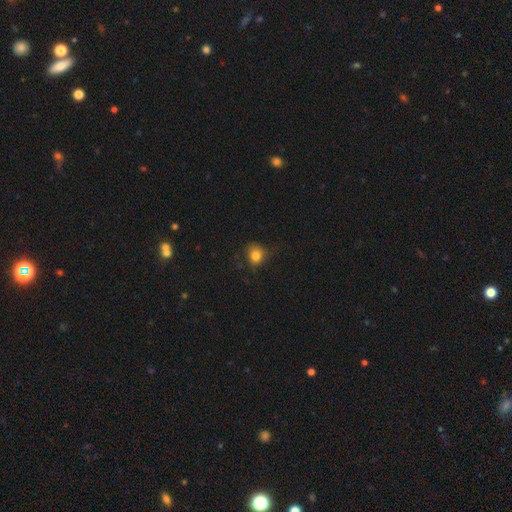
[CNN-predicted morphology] A smooth galaxy with no disk features (81%) that is round (79%).

Vote fractions:
- Smooth or featured? smooth: 81% / star or artifact: 12% / featured or disk: 7%
- How rounded? round: 79% / in between: 20% / cigar-shaped: 1%
- Merging? none: 70% / minor disturbance: 21% / major disturbance: 7% / merger: 1%